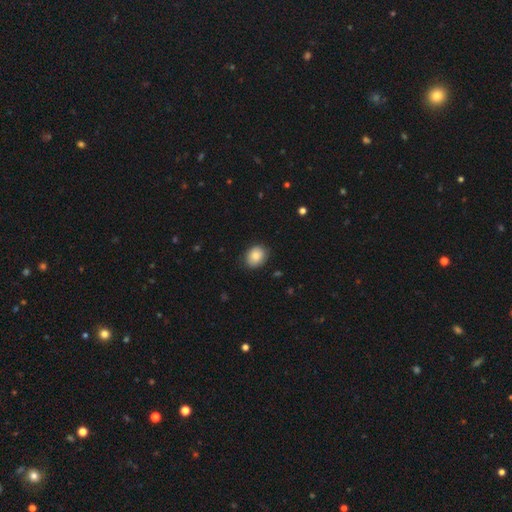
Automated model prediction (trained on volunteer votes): smooth 86%, star or artifact 7%, featured or disk 6%. Down the decision tree: how rounded — in between (51%); merging — none (84%).